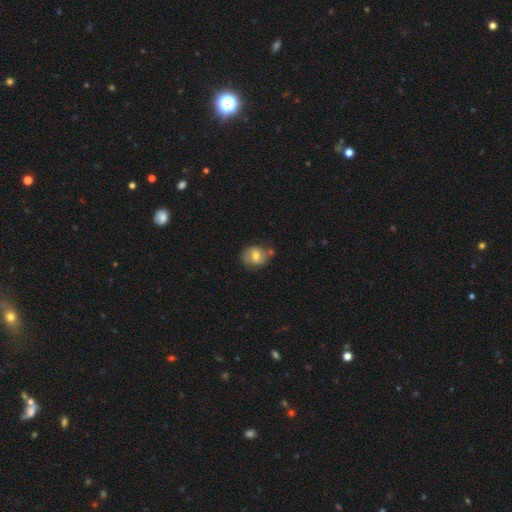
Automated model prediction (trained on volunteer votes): Morphology: type=smooth (62%); roundness=round (52%); merging=none (63%).